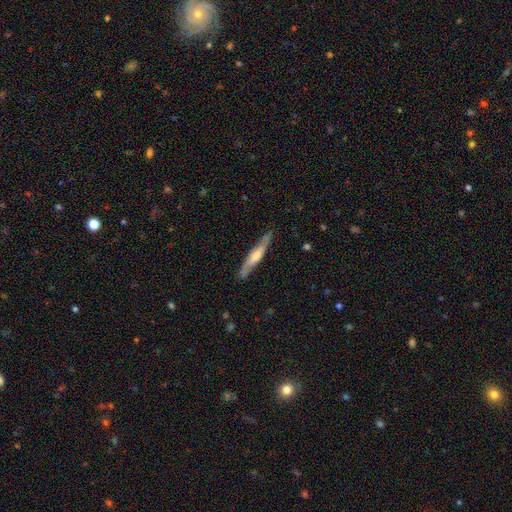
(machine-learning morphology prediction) A featured or disk galaxy (58%) viewed edge-on (83%).

Vote fractions:
- Smooth or featured? featured or disk: 58% / smooth: 37% / star or artifact: 5%
- Edge-on disk? yes: 83% / no: 17%
- Merging? none: 83% / minor disturbance: 13% / major disturbance: 2% / merger: 1%